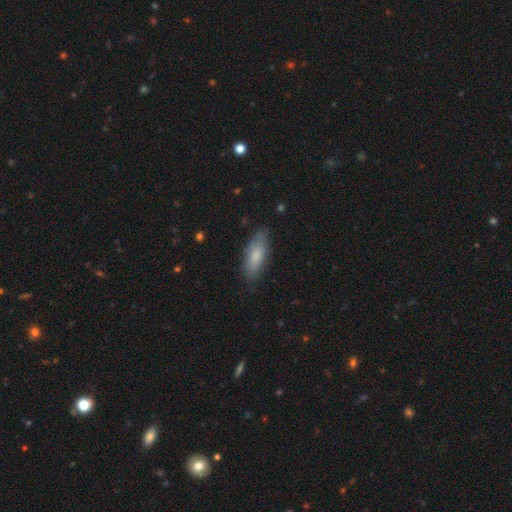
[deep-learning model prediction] smooth_or_featured: smooth (p=0.80) [alt: featured or disk p=0.15]
how_rounded: in between (p=0.69) [alt: cigar-shaped p=0.29]
merging: none (p=0.82) [alt: minor disturbance p=0.14]